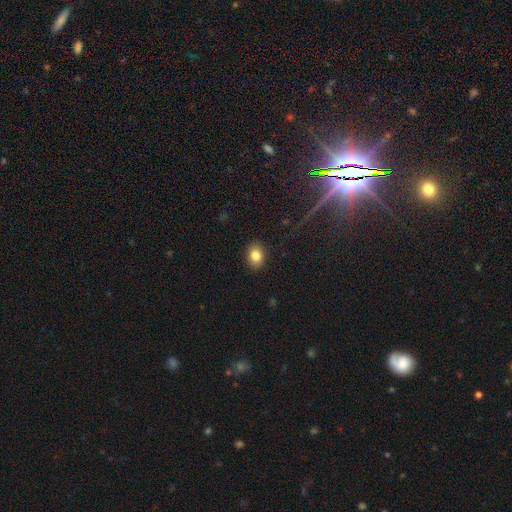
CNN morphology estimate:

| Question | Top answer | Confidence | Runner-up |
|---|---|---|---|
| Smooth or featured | smooth | 82% | star or artifact (10%) |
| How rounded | in between | 67% | round (32%) |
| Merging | none | 88% | minor disturbance (9%) |